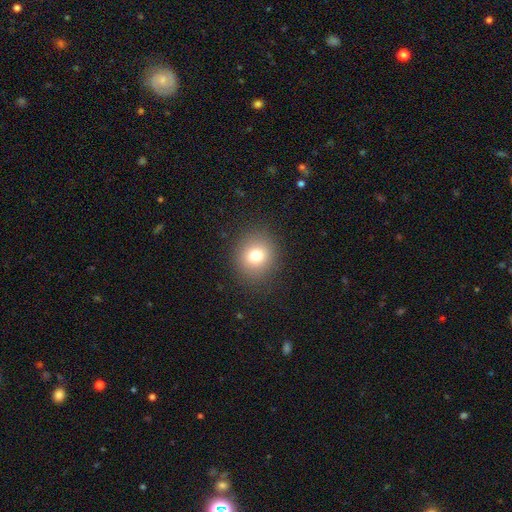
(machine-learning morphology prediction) The model was most divided on "smooth or featured": smooth: 76%, star or artifact: 14%, featured or disk: 11%. More confident: merging — none (89%); how rounded — round (83%).